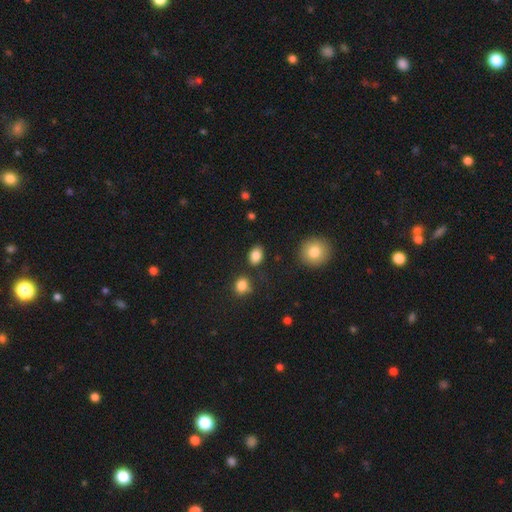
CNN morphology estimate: A smooth galaxy with no disk features (86%) that is in between round and cigar-shaped (80%). Merging: none (80%).